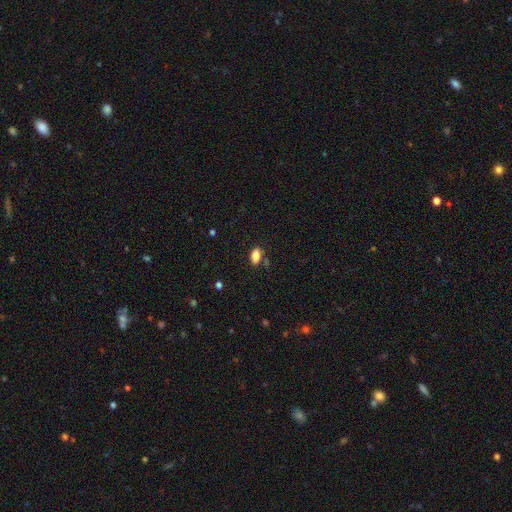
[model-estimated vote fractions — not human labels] Q: Smooth or featured?
A: smooth (85%); runner-up: star or artifact (9%)
Q: How rounded?
A: in between (90%); runner-up: cigar-shaped (5%)
Q: Merging?
A: none (78%); runner-up: minor disturbance (13%)